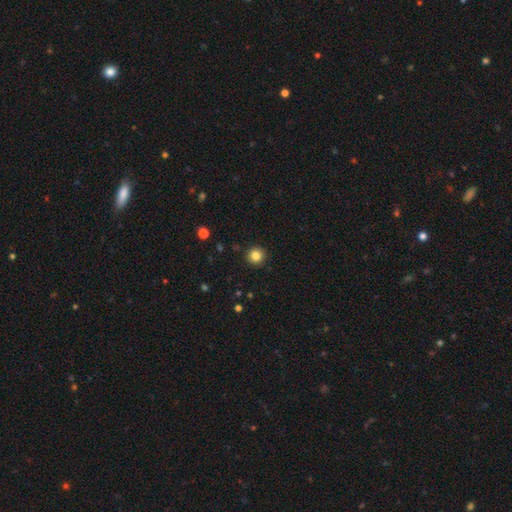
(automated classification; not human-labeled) Smooth or featured: smooth — 83% (star or artifact — 11%)
How rounded: round — 95% (in between — 4%)
Merging: none — 93% (minor disturbance — 4%)